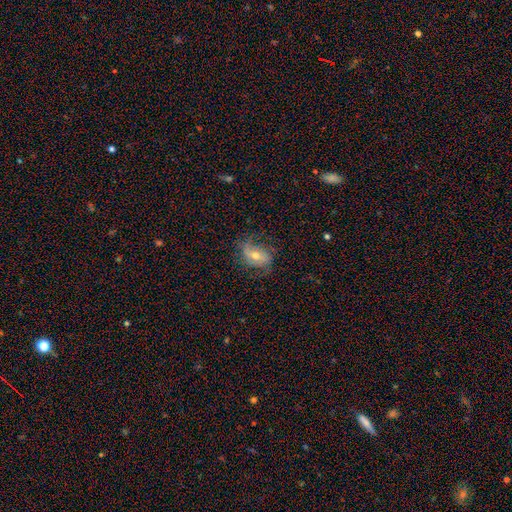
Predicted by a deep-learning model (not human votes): A featured or disk galaxy (64%) with no bar (46%), 2 (68%) loose (41%) spiral arms (84%) and a moderate central bulge (61%). Merging: none (66%).